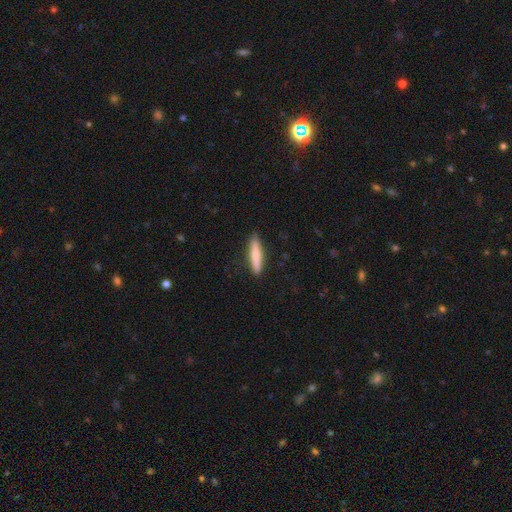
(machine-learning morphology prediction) Smooth or featured? Predicted: smooth (p=0.76). How rounded? Predicted: cigar-shaped (p=0.87). Merging? Predicted: none (p=0.88).